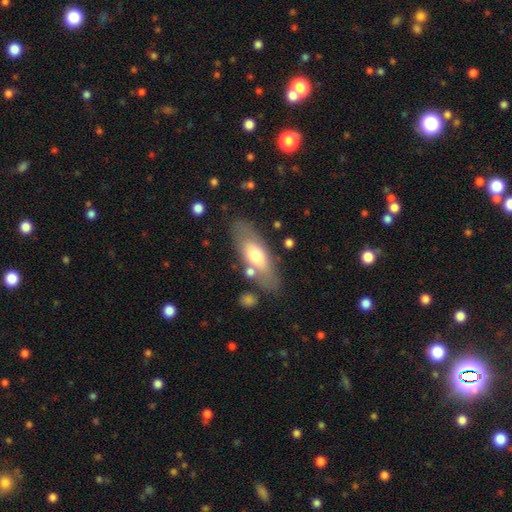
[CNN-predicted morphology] Smooth or featured: smooth — 57% (featured or disk — 36%)
How rounded: in between — 71% (cigar-shaped — 26%)
Merging: none — 77% (minor disturbance — 13%)